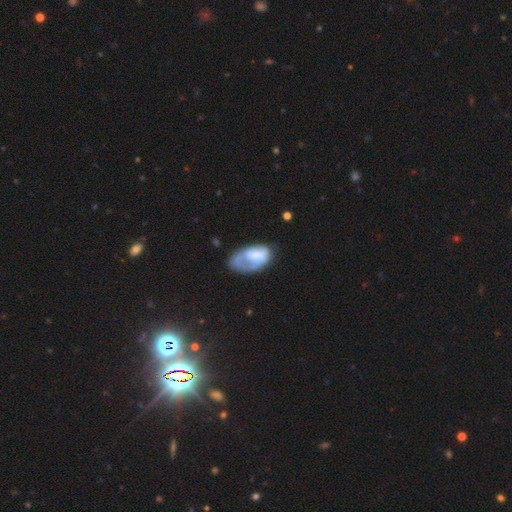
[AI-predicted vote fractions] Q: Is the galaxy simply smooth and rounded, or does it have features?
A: smooth — 55%.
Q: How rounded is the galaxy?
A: in between — 92%.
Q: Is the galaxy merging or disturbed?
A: major disturbance — 33%, tied with none.